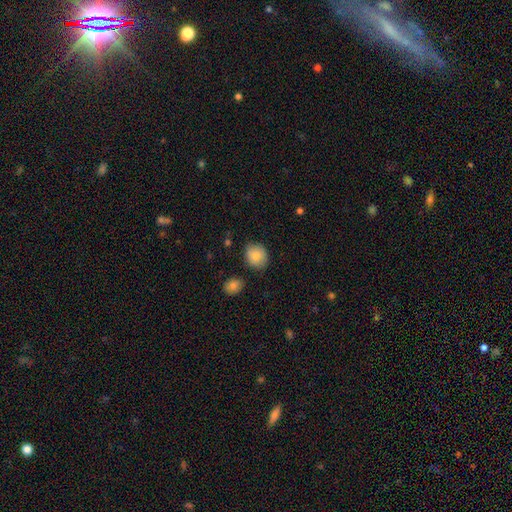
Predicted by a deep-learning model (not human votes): smooth_or_featured: smooth (p=0.84) [alt: featured or disk p=0.09]
how_rounded: round (p=0.68) [alt: in between p=0.31]
merging: none (p=0.80) [alt: minor disturbance p=0.15]